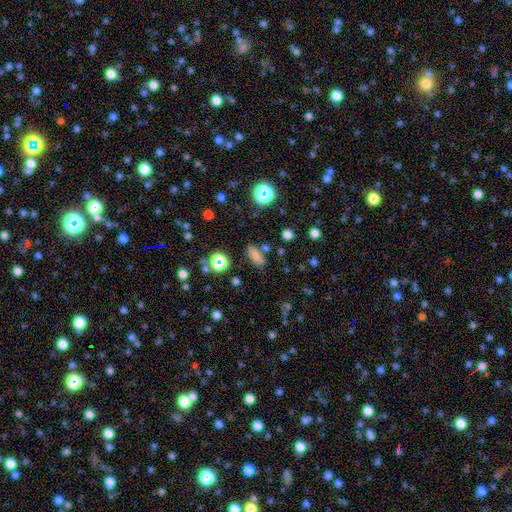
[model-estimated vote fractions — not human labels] This is likely a smooth galaxy (71%). How rounded: likely in between (75%). Merging: likely none (75%).